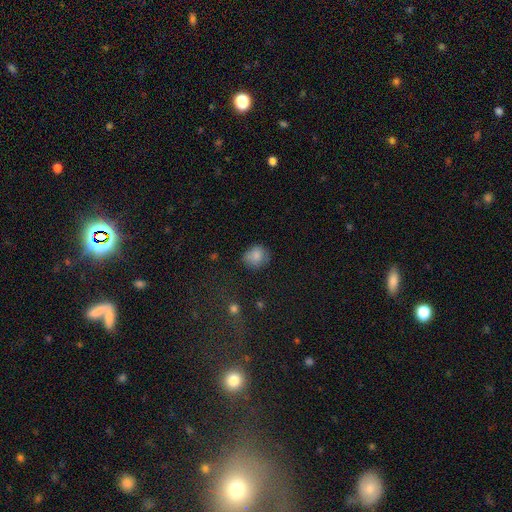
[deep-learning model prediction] Smooth or featured: smooth — 83% (star or artifact — 9%)
How rounded: round — 71% (in between — 28%)
Merging: none — 71% (minor disturbance — 22%)